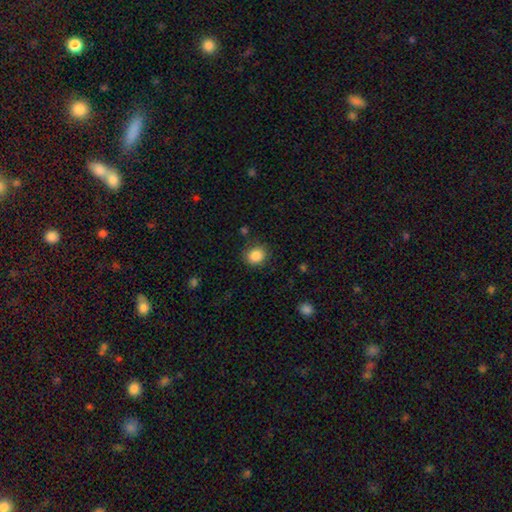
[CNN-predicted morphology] Smooth or featured: smooth — 87% (star or artifact — 9%)
How rounded: round — 76% (in between — 23%)
Merging: none — 84% (minor disturbance — 11%)